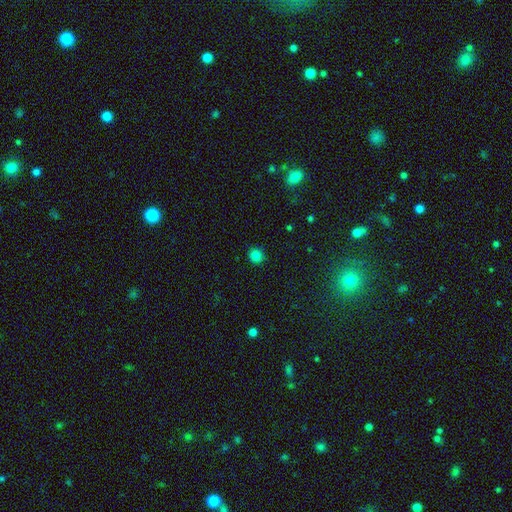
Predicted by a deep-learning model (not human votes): Smooth or featured: smooth — 83% (star or artifact — 13%)
How rounded: round — 89% (in between — 10%)
Merging: none — 90% (minor disturbance — 7%)